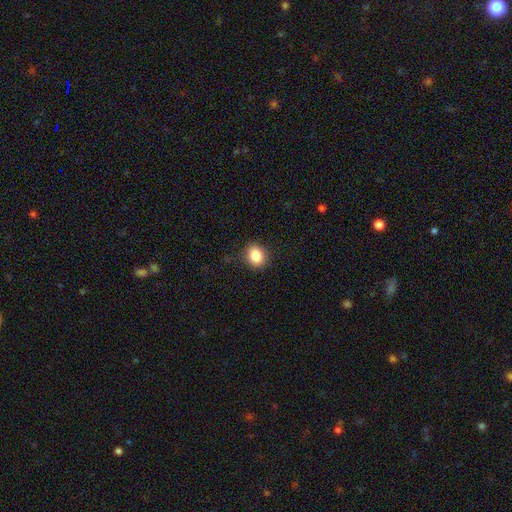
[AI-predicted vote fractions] The model was most divided on "how rounded": round: 60%, in between: 39%, cigar-shaped: 1%. More confident: smooth or featured — smooth (86%); merging — none (85%).